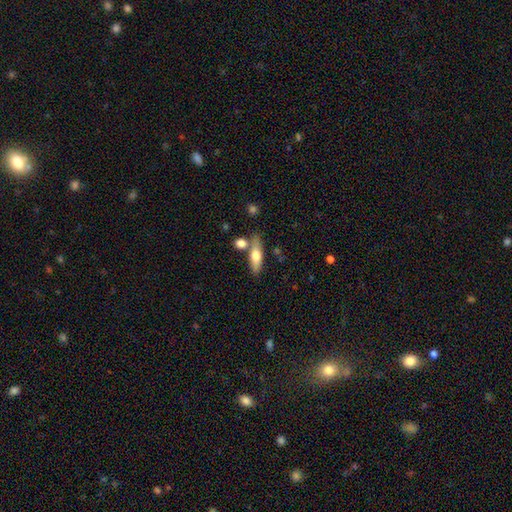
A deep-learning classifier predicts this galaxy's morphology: type=smooth (62%); roundness=cigar-shaped (51%); merging=none (65%).